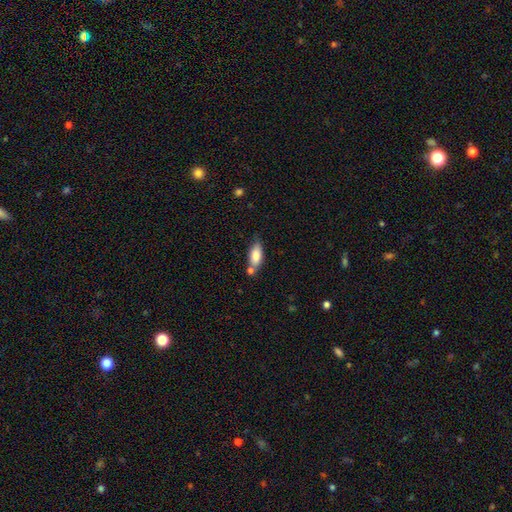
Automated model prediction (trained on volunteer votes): Smooth or featured? Predicted: smooth (p=0.81). How rounded? Predicted: in between (p=0.81). Merging? Predicted: none (p=0.56).